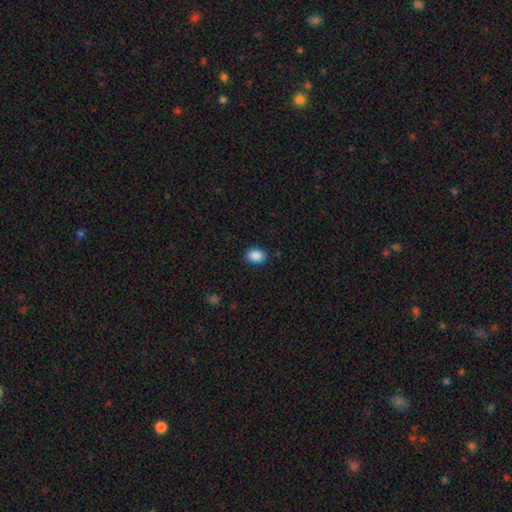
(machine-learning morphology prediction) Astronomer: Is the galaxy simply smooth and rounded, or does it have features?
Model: smooth — 89%.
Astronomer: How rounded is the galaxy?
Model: in between — 70%.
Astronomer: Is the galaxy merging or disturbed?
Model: none — 88%.